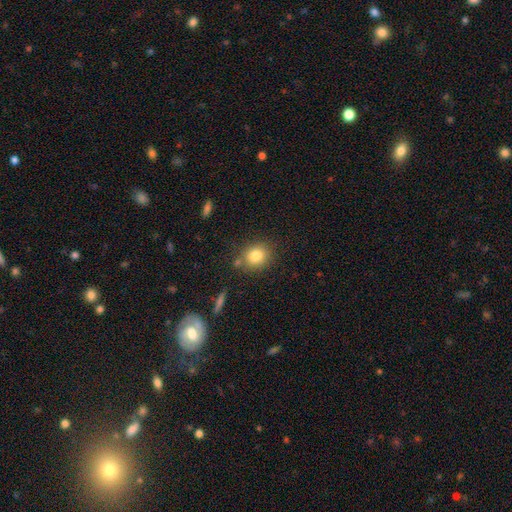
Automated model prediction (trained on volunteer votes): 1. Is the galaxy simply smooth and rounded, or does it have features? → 81% smooth, 11% star or artifact, 9% featured or disk.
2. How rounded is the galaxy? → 71% round, 28% in between, 1% cigar-shaped.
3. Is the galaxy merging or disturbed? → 78% none, 12% minor disturbance, 7% merger, 3% major disturbance.